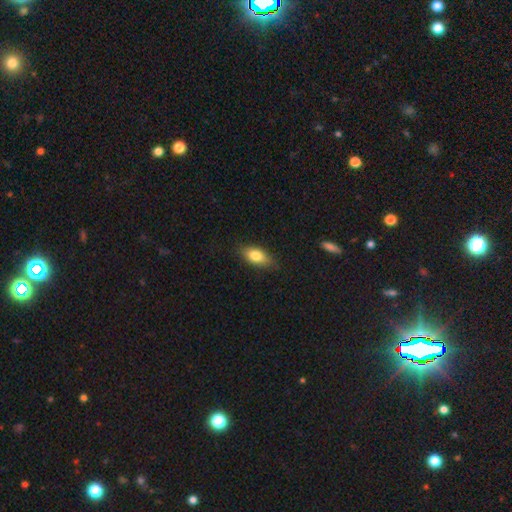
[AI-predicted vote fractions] The model was most divided on "smooth or featured": smooth: 79%, featured or disk: 14%, star or artifact: 7%. More confident: how rounded — in between (85%); merging — none (82%).